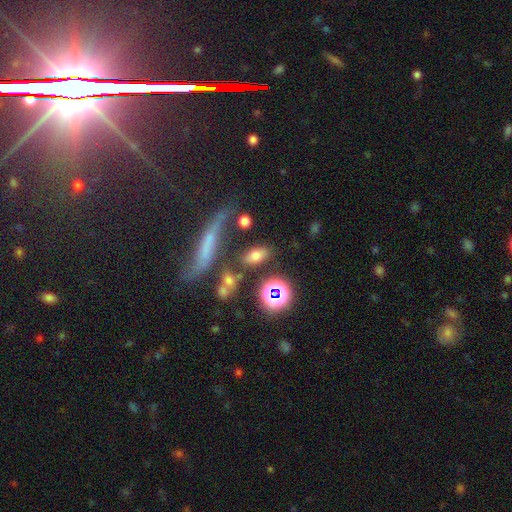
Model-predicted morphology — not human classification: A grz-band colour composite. It shows a smooth galaxy with no disk features (69%) that is in between round and cigar-shaped (82%). Merging: none (74%).